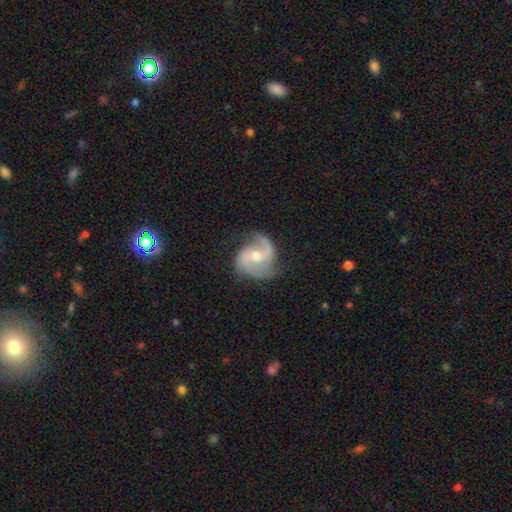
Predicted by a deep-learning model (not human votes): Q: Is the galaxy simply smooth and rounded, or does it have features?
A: featured or disk — 86%.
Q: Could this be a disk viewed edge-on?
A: no — 98%.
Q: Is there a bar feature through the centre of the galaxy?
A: no — 46%.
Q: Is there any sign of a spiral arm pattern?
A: yes — 96%.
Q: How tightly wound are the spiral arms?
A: medium — 51%.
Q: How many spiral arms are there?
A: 2 — 76%.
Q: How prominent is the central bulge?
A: moderate — 63%.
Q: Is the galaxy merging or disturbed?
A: none — 69%.